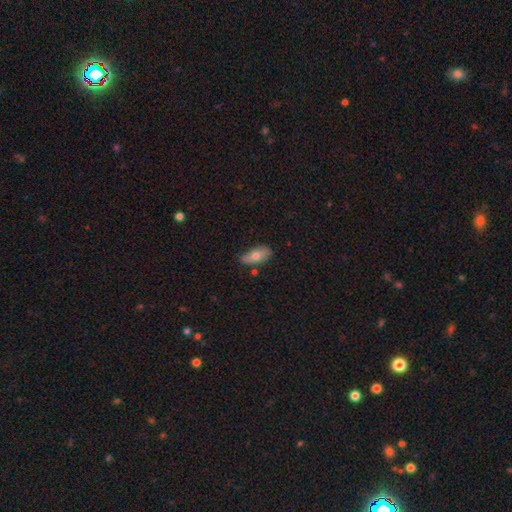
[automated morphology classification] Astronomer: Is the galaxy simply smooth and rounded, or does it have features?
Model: smooth — 69%.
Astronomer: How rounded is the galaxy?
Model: in between — 86%.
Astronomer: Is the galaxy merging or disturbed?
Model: none — 69%.